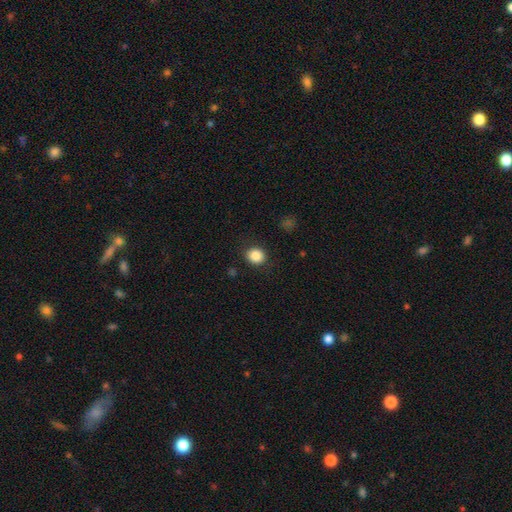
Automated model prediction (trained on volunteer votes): Smooth or featured: smooth — 86% (star or artifact — 10%)
How rounded: round — 81% (in between — 18%)
Merging: none — 90% (minor disturbance — 7%)